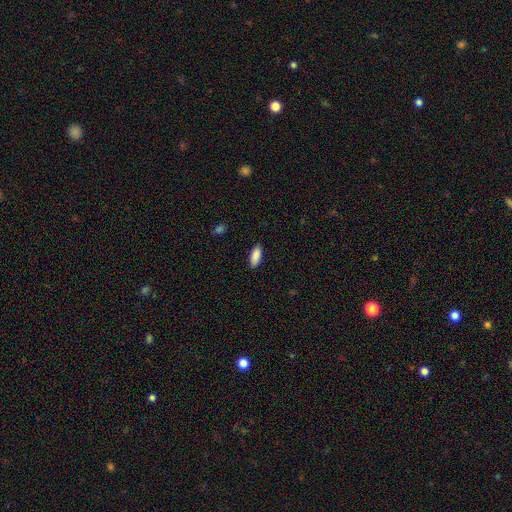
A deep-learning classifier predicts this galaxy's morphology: Q: Smooth or featured?
A: smooth (90%); runner-up: star or artifact (6%)
Q: How rounded?
A: in between (79%); runner-up: cigar-shaped (19%)
Q: Merging?
A: none (87%); runner-up: minor disturbance (10%)